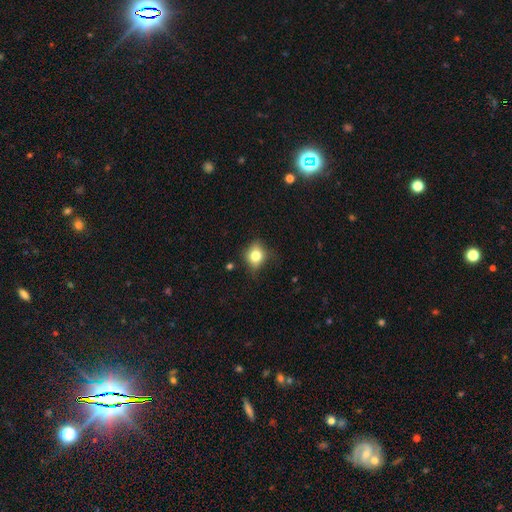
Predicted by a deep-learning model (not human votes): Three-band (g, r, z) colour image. It shows a smooth galaxy with no disk features (75%) that is round (62%). Merging: none (65%).